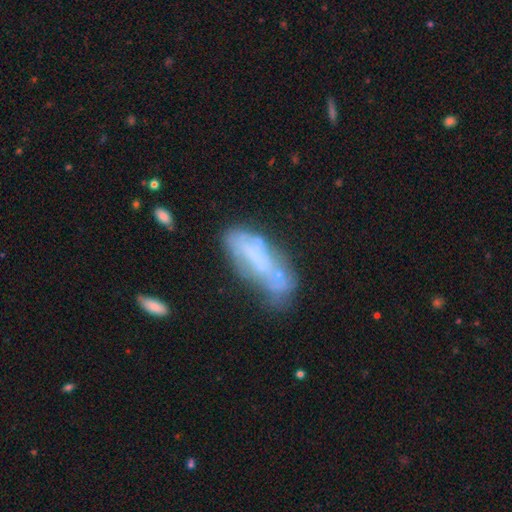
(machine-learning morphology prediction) This is possibly a smooth galaxy (48%). Merging: marginally none (35%).